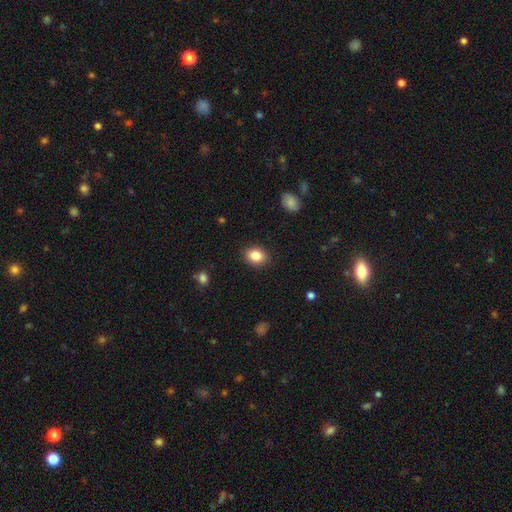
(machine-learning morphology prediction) This appears to be a smooth galaxy with no disk features (86%) that is in between round and cigar-shaped (62%). Merging: none (88%).